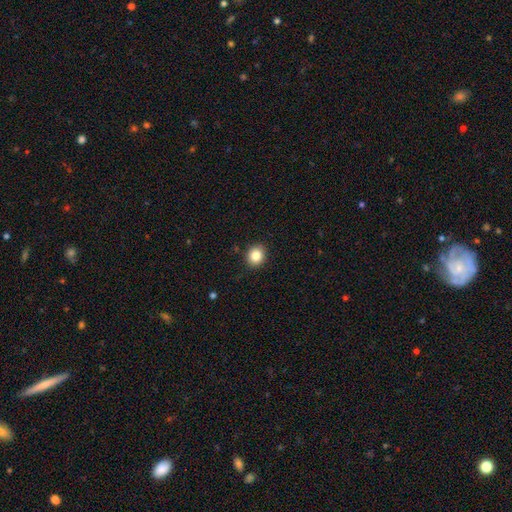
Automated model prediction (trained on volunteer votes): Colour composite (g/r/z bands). It shows a smooth galaxy with no disk features (84%) that is round (77%). Merging: none (90%).